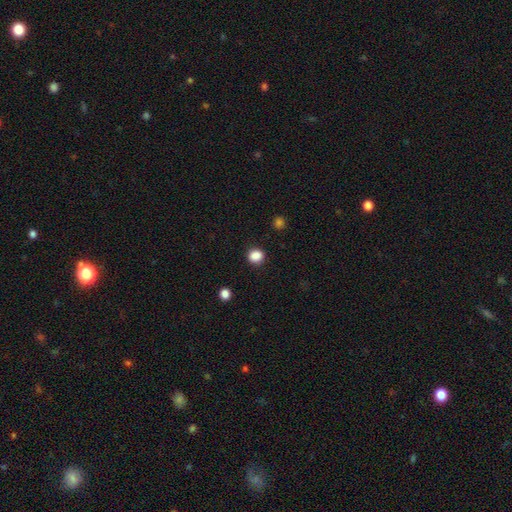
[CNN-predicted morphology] smooth_or_featured: smooth (p=0.87) [alt: star or artifact p=0.10]
how_rounded: round (p=0.77) [alt: in between p=0.22]
merging: none (p=0.89) [alt: minor disturbance p=0.07]